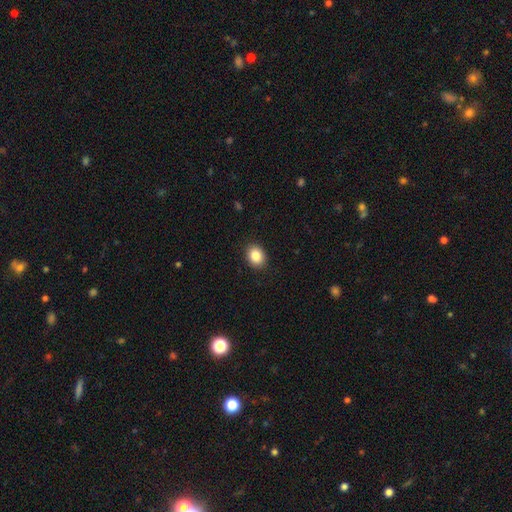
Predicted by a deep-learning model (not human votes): The model was most divided on "how rounded": in between: 56%, round: 43%, cigar-shaped: 1%. More confident: merging — none (90%); smooth or featured — smooth (86%).